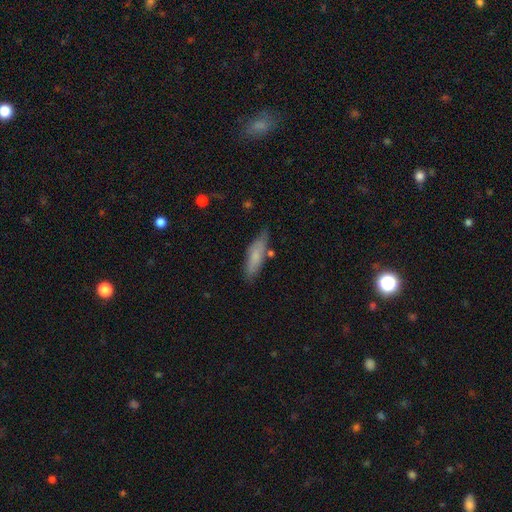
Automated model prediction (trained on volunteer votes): Overall: smooth (72%). How rounded: cigar-shaped (53%; in between 45%). Merging: none (73%).